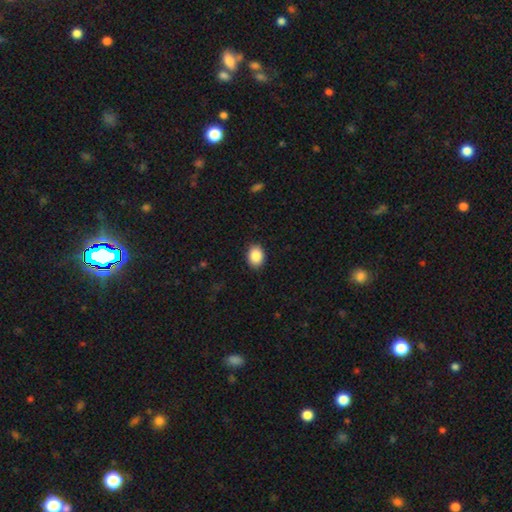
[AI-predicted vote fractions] A smooth galaxy with no disk features (89%) that is in between round and cigar-shaped (65%). Merging: none (89%).